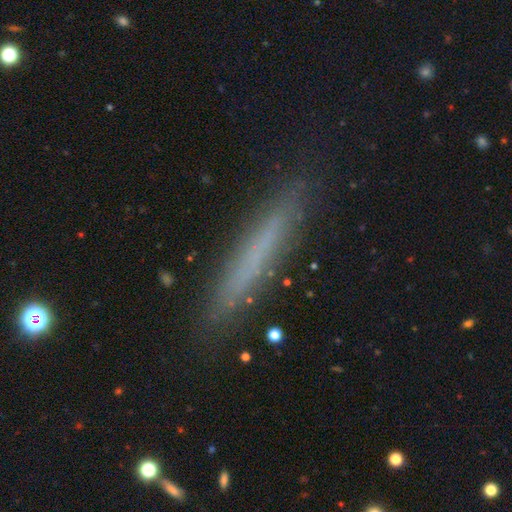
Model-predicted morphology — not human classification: A smooth galaxy with no disk features (57%) that is cigar-shaped (95%). Merging: none (88%).